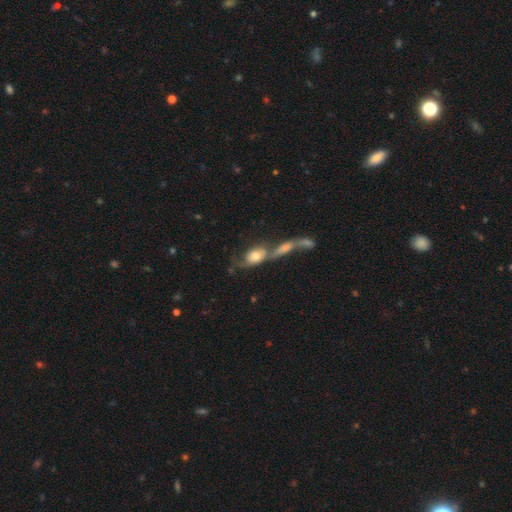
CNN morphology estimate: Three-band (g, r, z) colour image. It shows a smooth galaxy with no disk features (57%) that is in between round and cigar-shaped (77%). Merging: merger (61%).